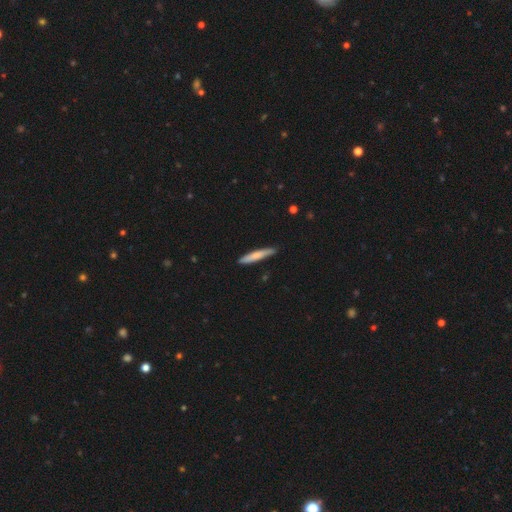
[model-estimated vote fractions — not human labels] A smooth galaxy with no disk features (72%) that is cigar-shaped (94%). Merging: none (87%).